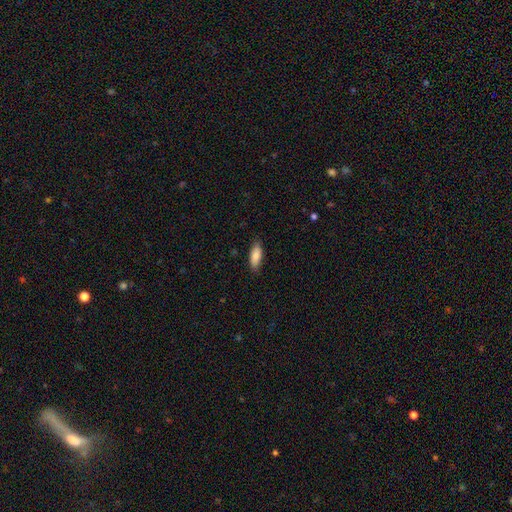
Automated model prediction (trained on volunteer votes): This is clearly a smooth galaxy (84%). How rounded: likely in between (74%). Merging: clearly none (85%).